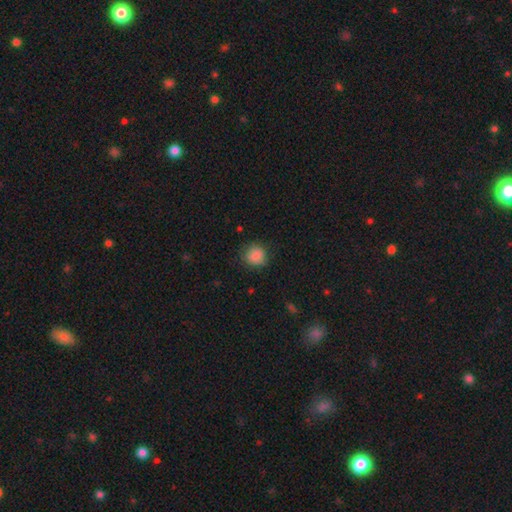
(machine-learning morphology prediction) smooth-or-featured: smooth: 86% | star or artifact: 9% | featured or disk: 5%
  how-rounded: round: 78% | in between: 21% | cigar-shaped: 1%
  merging: none: 76% | minor disturbance: 18% | major disturbance: 5% | merger: 1%